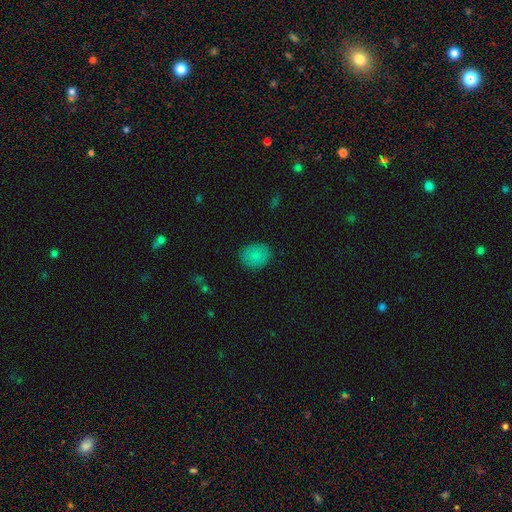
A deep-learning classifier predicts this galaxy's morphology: The model was most divided on "how rounded": round: 60%, in between: 39%, cigar-shaped: 1%. More confident: merging — none (86%); smooth or featured — smooth (84%).